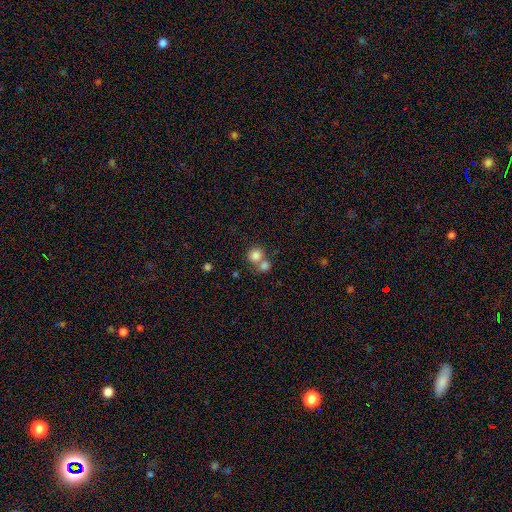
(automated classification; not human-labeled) smooth_or_featured: smooth (p=0.81) [alt: star or artifact p=0.10]
how_rounded: round (p=0.87) [alt: in between p=0.13]
merging: merger (p=0.46) [alt: none p=0.45]